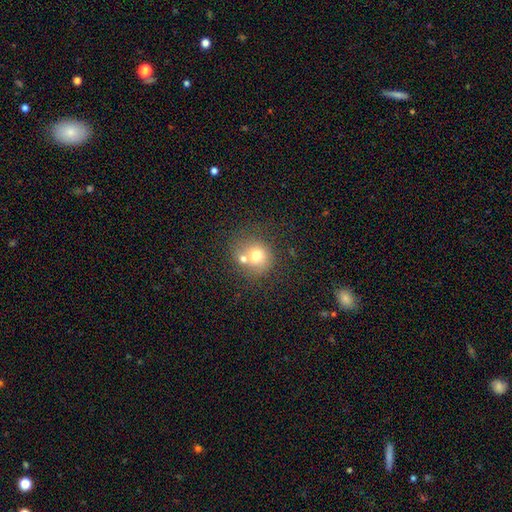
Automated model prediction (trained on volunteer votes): A smooth galaxy with no disk features (69%) that is round (83%).

Vote fractions:
- Smooth or featured? smooth: 69% / featured or disk: 19% / star or artifact: 12%
- How rounded? round: 83% / in between: 16% / cigar-shaped: 1%
- Merging? none: 45% / merger: 41% / minor disturbance: 10% / major disturbance: 4%